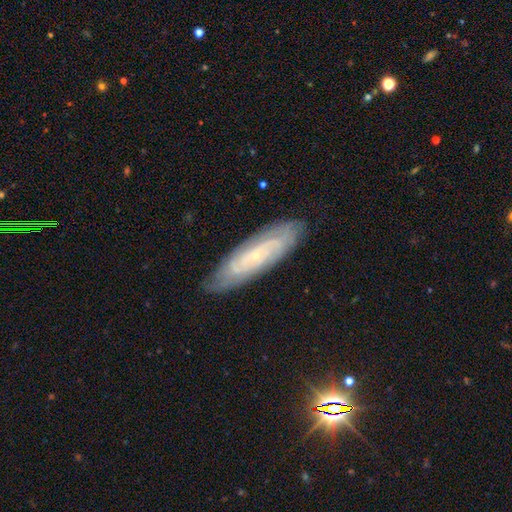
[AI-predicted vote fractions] A featured or disk galaxy (77%) with no bar (64%), tight (69%) spiral arms (93%) and a small central bulge (84%). Merging: none (83%).